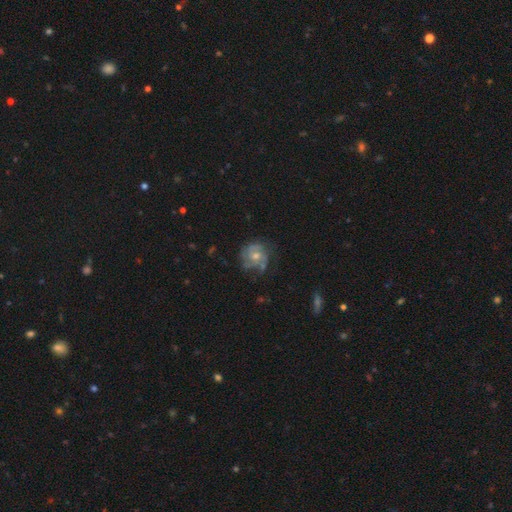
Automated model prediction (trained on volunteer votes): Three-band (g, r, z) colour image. It shows a featured or disk galaxy (72%) with no bar (76%), tight (47%) spiral arms (85%) and a moderate central bulge (59%). Merging: none (60%).